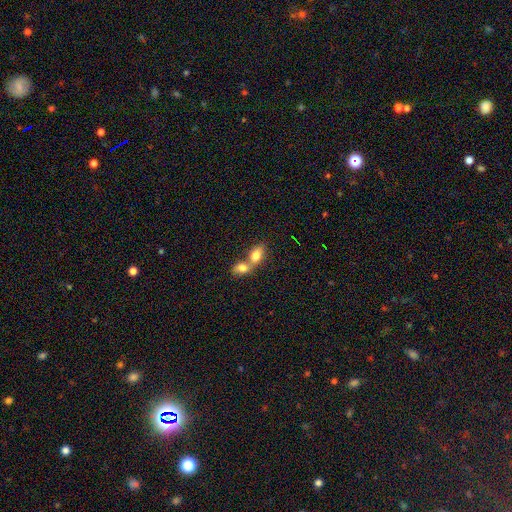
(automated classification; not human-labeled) smooth-or-featured: smooth: 79% | featured or disk: 13% | star or artifact: 8%
  how-rounded: in between: 75% | round: 22% | cigar-shaped: 3%
  merging: merger: 73% | none: 19% | minor disturbance: 5% | major disturbance: 2%